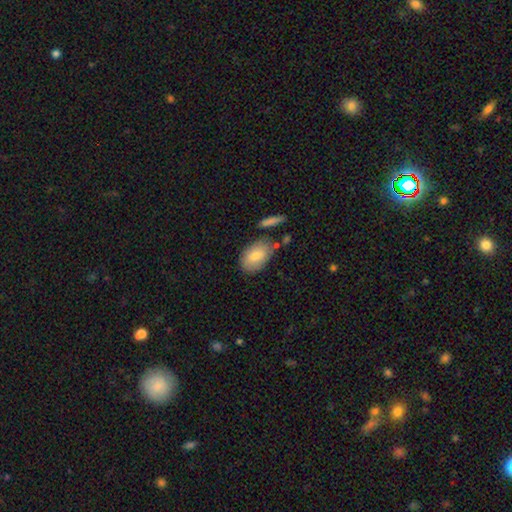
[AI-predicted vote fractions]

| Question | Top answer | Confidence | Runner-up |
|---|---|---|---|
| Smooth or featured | smooth | 79% | featured or disk (15%) |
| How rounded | in between | 90% | round (8%) |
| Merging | none | 68% | minor disturbance (18%) |